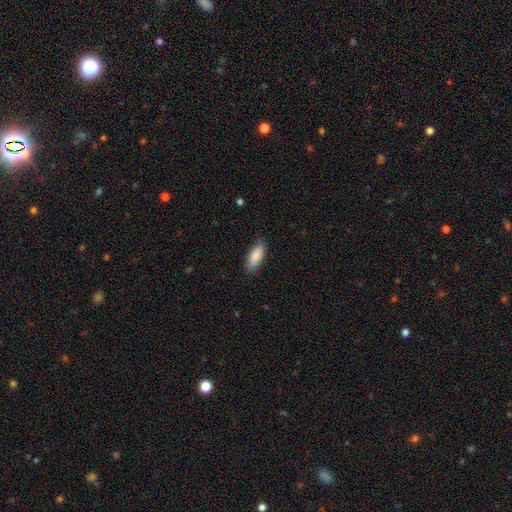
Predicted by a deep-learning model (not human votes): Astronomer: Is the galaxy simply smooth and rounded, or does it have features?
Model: smooth — 87%.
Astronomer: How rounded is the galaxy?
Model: in between — 79%.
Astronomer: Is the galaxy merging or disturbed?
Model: none — 82%.